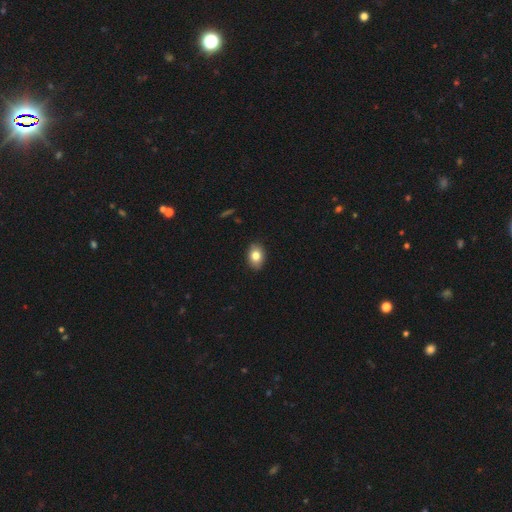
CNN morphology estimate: smooth 80%, featured or disk 11%, star or artifact 9%. Down the decision tree: how rounded — in between (76%); merging — none (88%).